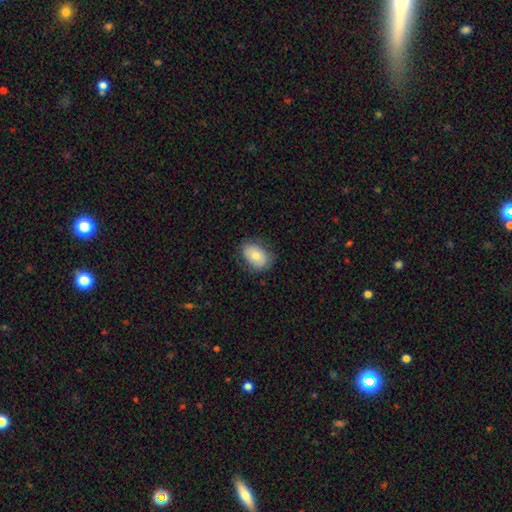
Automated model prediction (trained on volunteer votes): The model was most divided on "smooth or featured": smooth: 74%, featured or disk: 19%, star or artifact: 7%. More confident: merging — none (78%); how rounded — in between (78%).